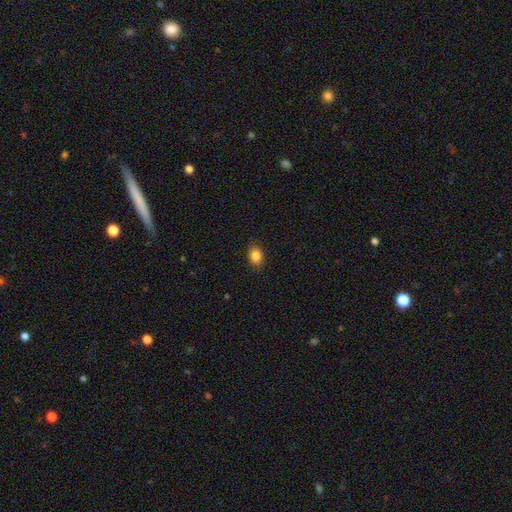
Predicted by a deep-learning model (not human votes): Overall: smooth (86%). How rounded: in between (63%; round 35%). Merging: none (88%).